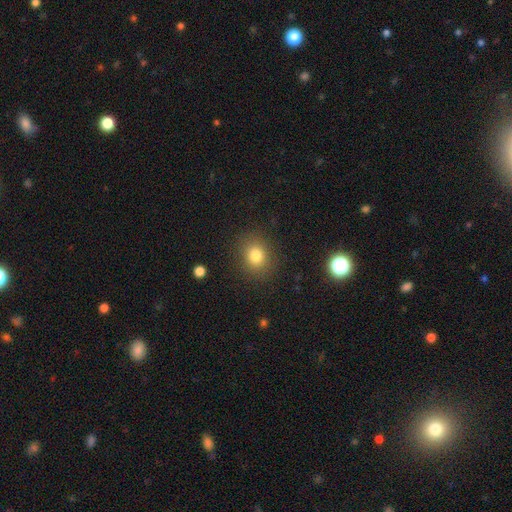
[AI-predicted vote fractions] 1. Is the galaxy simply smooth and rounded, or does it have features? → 80% smooth, 12% star or artifact, 8% featured or disk.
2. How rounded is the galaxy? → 68% round, 31% in between, 1% cigar-shaped.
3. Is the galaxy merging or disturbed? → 86% none, 9% minor disturbance, 3% major disturbance, 1% merger.